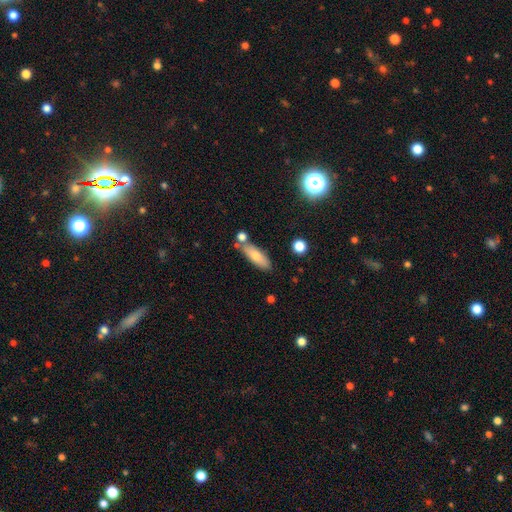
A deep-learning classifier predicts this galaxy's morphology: This appears to be a smooth galaxy with no disk features (73%) that is in between round and cigar-shaped (52%). Merging: none (68%).